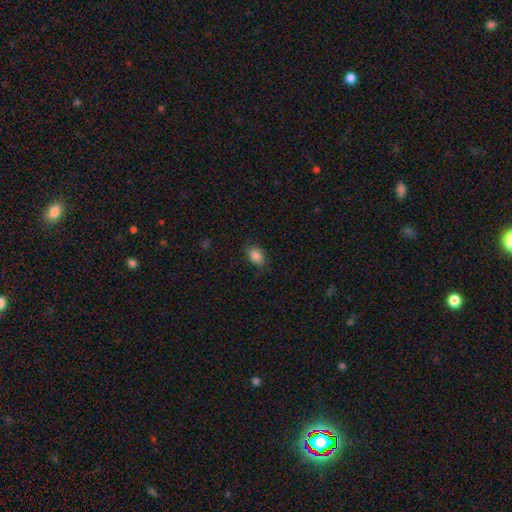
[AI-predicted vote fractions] A smooth galaxy with no disk features (86%) that is in between round and cigar-shaped (85%). Merging: none (83%).